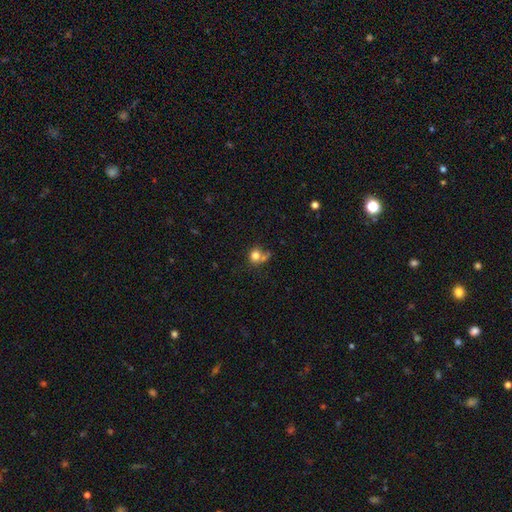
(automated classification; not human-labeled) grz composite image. It shows a smooth galaxy with no disk features (77%) that is round (78%). Merging: none (47%).